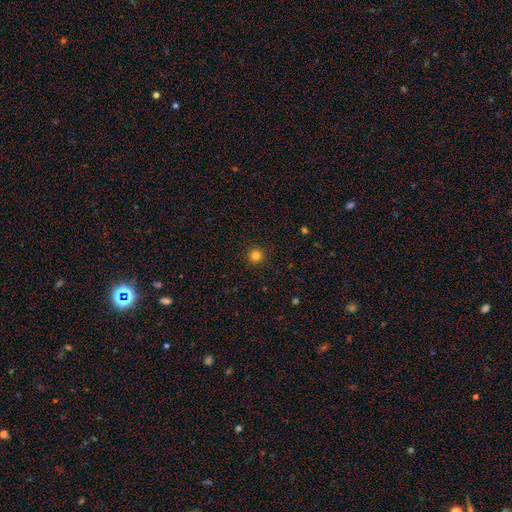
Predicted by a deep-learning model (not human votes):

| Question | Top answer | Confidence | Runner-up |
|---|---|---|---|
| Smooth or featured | smooth | 82% | star or artifact (13%) |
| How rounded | round | 96% | in between (3%) |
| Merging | none | 93% | minor disturbance (4%) |